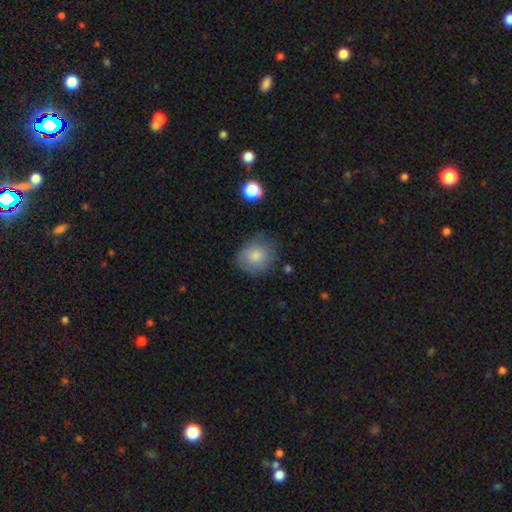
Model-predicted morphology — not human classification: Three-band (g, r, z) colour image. It shows a smooth galaxy with no disk features (78%) that is round (81%). Merging: none (68%).